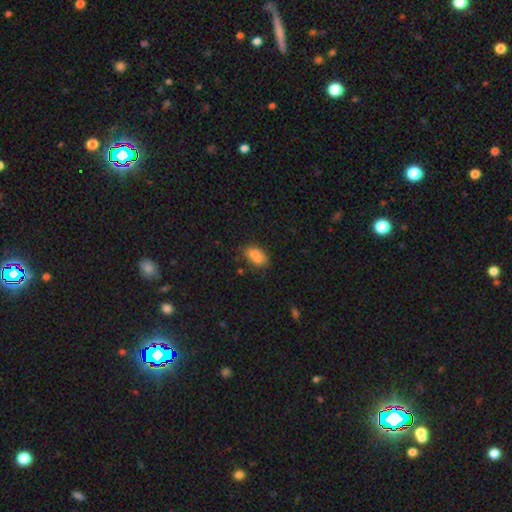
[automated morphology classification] Smooth or featured?
  - smooth: 78% *
  - featured or disk: 12%
  - star or artifact: 10%
How rounded?
  - in between: 86% *
  - round: 10%
  - cigar-shaped: 4%
Merging?
  - none: 52% *
  - minor disturbance: 22%
  - merger: 18%
  - major disturbance: 7%